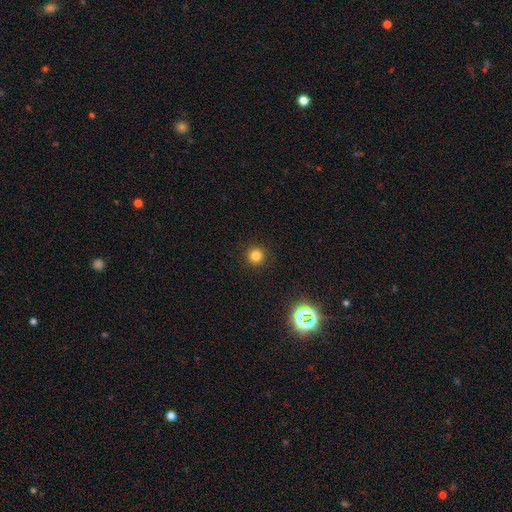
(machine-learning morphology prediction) Smooth or featured? Predicted: smooth (p=0.80). How rounded? Predicted: round (p=0.95). Merging? Predicted: none (p=0.93).